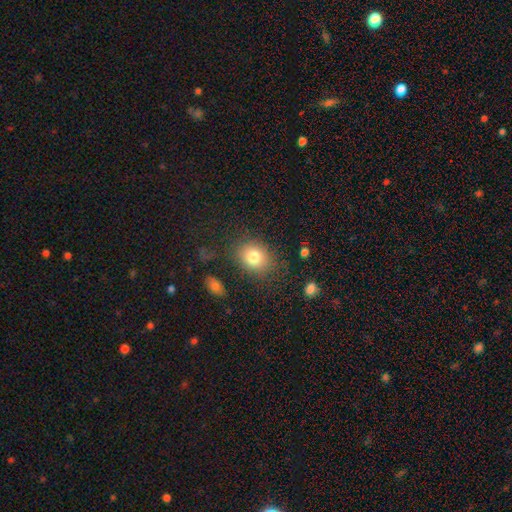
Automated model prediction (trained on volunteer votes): Smooth or featured? Predicted: smooth (p=0.80). How rounded? Predicted: in between (p=0.55). Merging? Predicted: none (p=0.81).